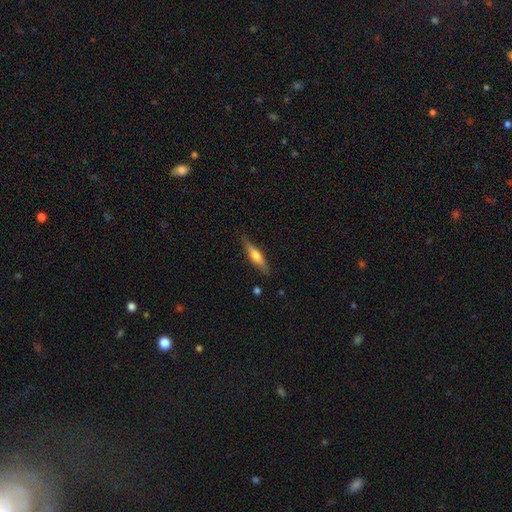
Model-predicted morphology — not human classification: Smooth or featured?
  - smooth: 47% * (tied)
  - featured or disk: 47% * (tied)
  - star or artifact: 6%
Merging?
  - none: 85% *
  - minor disturbance: 12%
  - major disturbance: 2%
  - merger: 1%